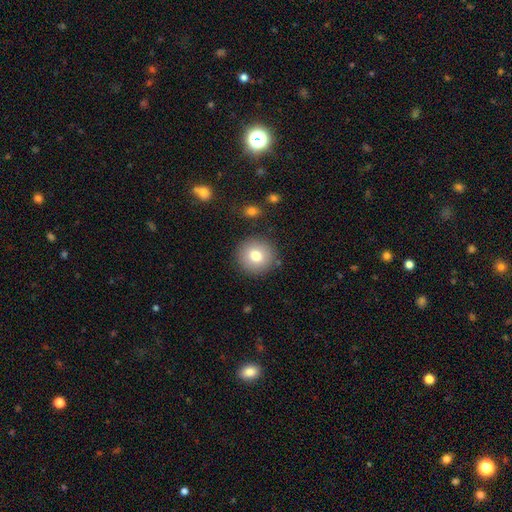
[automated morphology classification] This is likely a smooth galaxy (77%). How rounded: clearly round (92%). Merging: clearly none (88%).